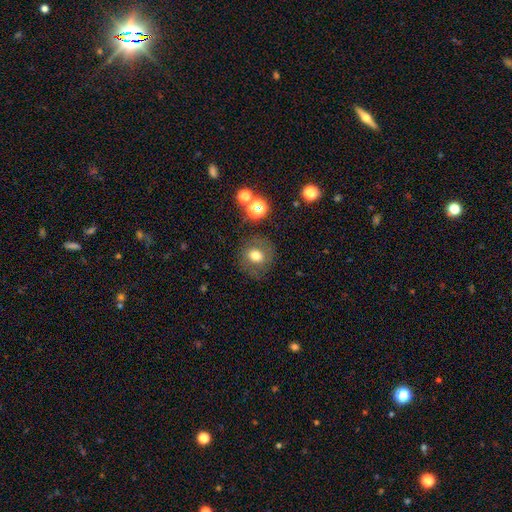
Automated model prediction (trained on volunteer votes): This is likely a smooth galaxy (69%). How rounded: clearly round (81%). Merging: likely none (79%).